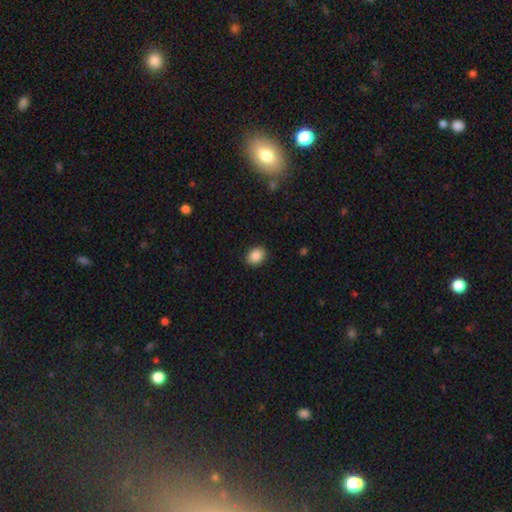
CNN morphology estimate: Smooth or featured?
  - smooth: 87% *
  - star or artifact: 8%
  - featured or disk: 4%
How rounded?
  - in between: 52% *
  - round: 47%
  - cigar-shaped: 1%
Merging?
  - none: 89% *
  - minor disturbance: 8%
  - major disturbance: 2%
  - merger: 1%